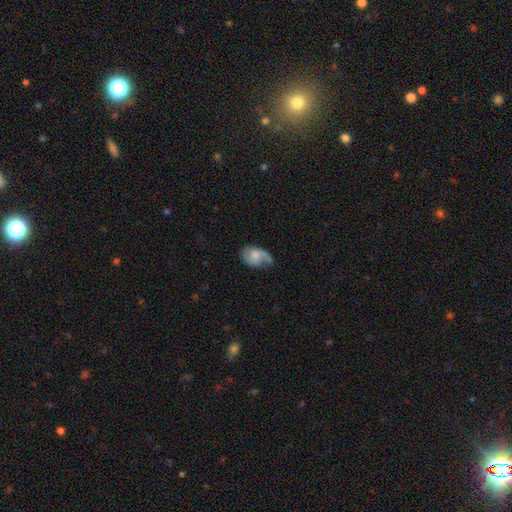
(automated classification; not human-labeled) Smooth or featured? featured or disk (50%)
Edge-on disk? no (96%)
Merging? none (39%)